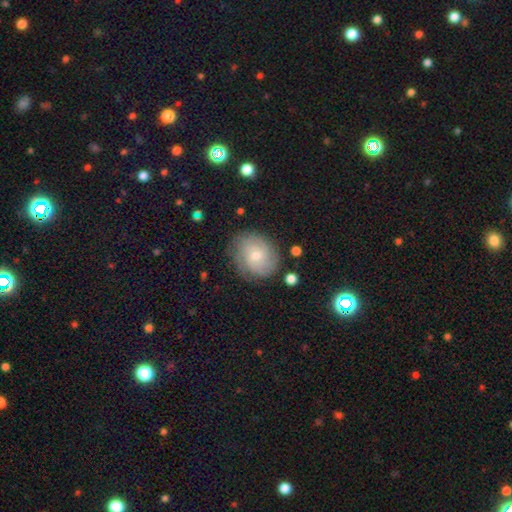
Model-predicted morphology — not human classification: Q: Smooth or featured?
A: featured or disk (58%); runner-up: smooth (32%)
Q: Edge-on disk?
A: no (97%); runner-up: yes (3%)
Q: Bar?
A: no (72%); runner-up: weak (24%)
Q: Spiral arms?
A: yes (87%); runner-up: no (13%)
Q: Bulge size?
A: small (65%); runner-up: moderate (32%)
Q: Merging?
A: none (79%); runner-up: minor disturbance (15%)